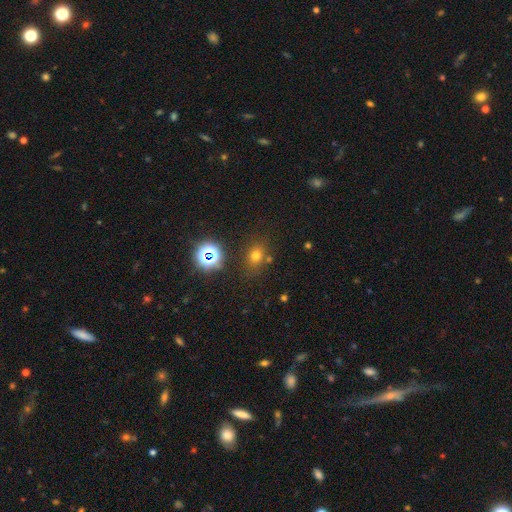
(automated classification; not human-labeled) smooth-or-featured: smooth: 65% | star or artifact: 26% | featured or disk: 9%
  how-rounded: round: 59% | in between: 40% | cigar-shaped: 1%
  merging: none: 76% | minor disturbance: 12% | merger: 7% | major disturbance: 5%